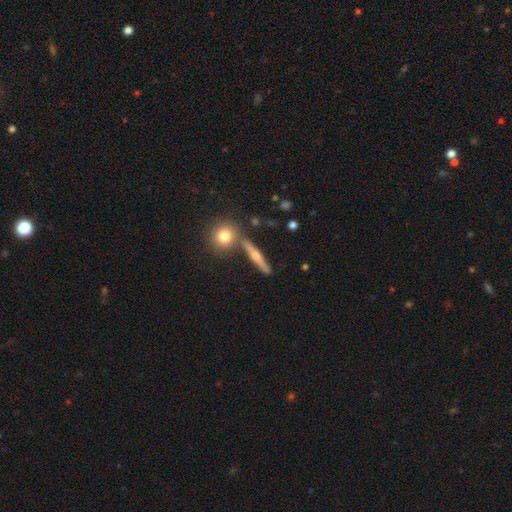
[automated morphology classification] A featured or disk galaxy (53%) viewed edge-on (92%).

Vote fractions:
- Smooth or featured? featured or disk: 53% / smooth: 38% / star or artifact: 9%
- Edge-on disk? yes: 92% / no: 8%
- Merging? none: 79% / minor disturbance: 9% / merger: 8% / major disturbance: 3%